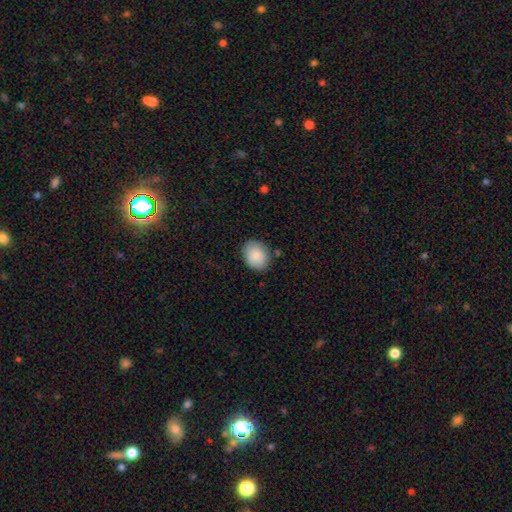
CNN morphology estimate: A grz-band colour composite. It shows a smooth galaxy with no disk features (88%) that is in between round and cigar-shaped (60%). Merging: none (81%).